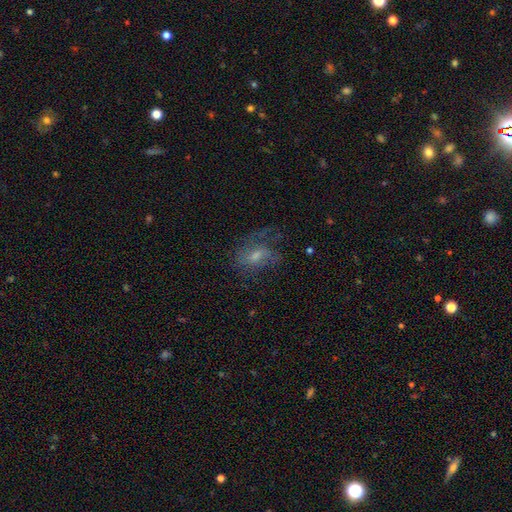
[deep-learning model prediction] smooth-or-featured: featured or disk: 57% | smooth: 30% | star or artifact: 13%
  disk-edge-on: no: 95% | yes: 5%
    bar: no: 52% | weak: 40% | strong: 8%
    has-spiral-arms: yes: 70% | no: 30%
    bulge-size: small: 44% | moderate: 42% | none: 8% | large: 4% | dominant: 1%
  merging: none: 45% | major disturbance: 31% | minor disturbance: 21% | merger: 2%